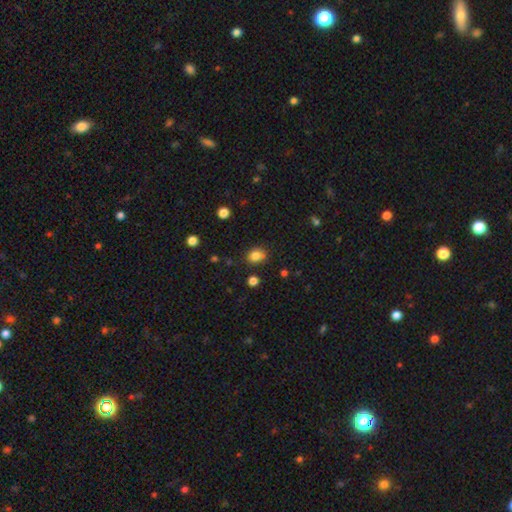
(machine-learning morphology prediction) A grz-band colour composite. It shows a smooth galaxy with no disk features (82%) that is round (54%). Merging: none (72%).